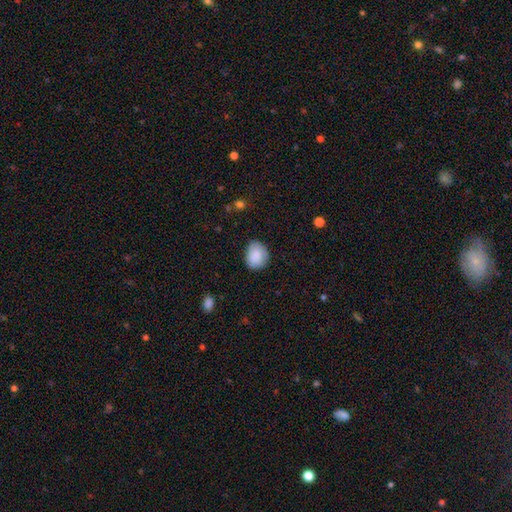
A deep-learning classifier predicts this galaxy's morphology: type=smooth (86%); roundness=in between (51%); merging=none (73%).